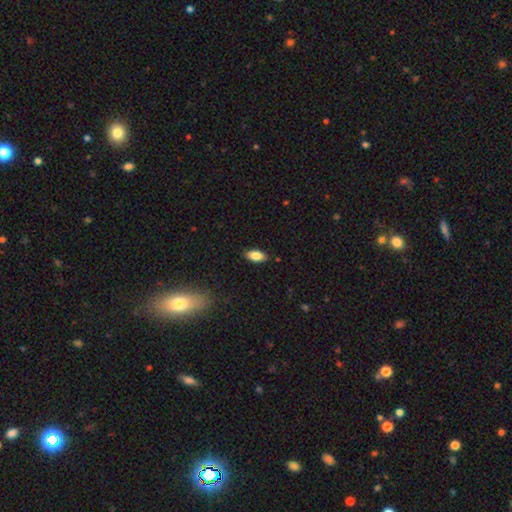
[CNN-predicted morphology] Smooth or featured? smooth (82%)
How rounded? in between (89%)
Merging? none (87%)